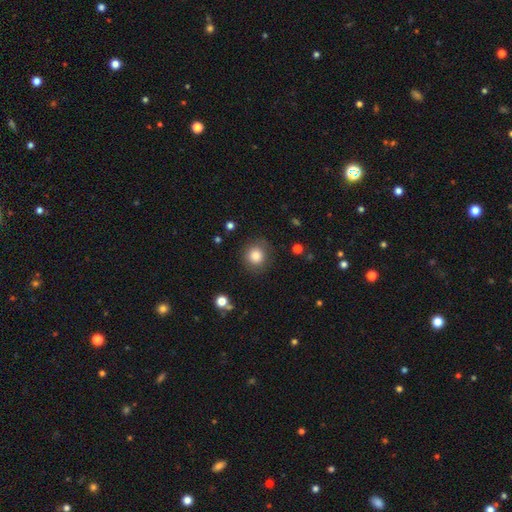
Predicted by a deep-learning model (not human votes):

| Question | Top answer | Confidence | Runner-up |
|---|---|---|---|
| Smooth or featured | smooth | 83% | star or artifact (11%) |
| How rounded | round | 89% | in between (10%) |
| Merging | none | 84% | minor disturbance (11%) |